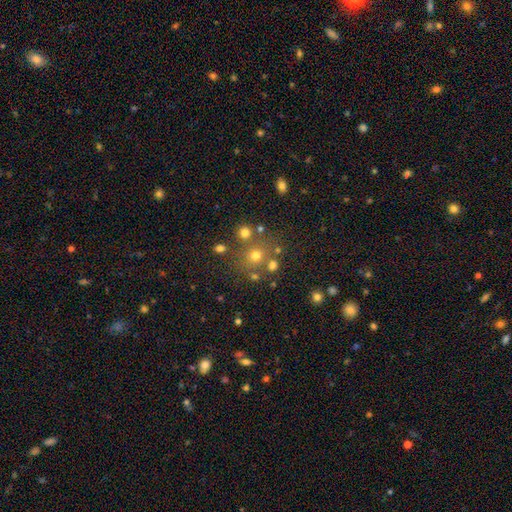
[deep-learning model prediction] smooth_or_featured: smooth (p=0.63) [alt: star or artifact p=0.25]
how_rounded: round (p=0.87) [alt: in between p=0.12]
merging: none (p=0.72) [alt: merger p=0.14]